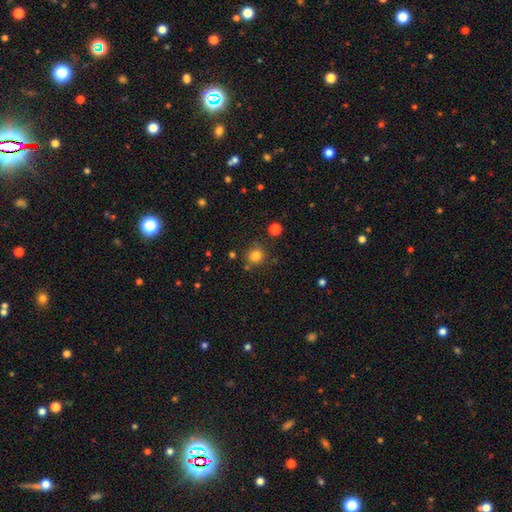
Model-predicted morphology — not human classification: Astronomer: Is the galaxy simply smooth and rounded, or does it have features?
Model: smooth — 81%.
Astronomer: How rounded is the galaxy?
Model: round — 89%.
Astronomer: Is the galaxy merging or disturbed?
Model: none — 79%.